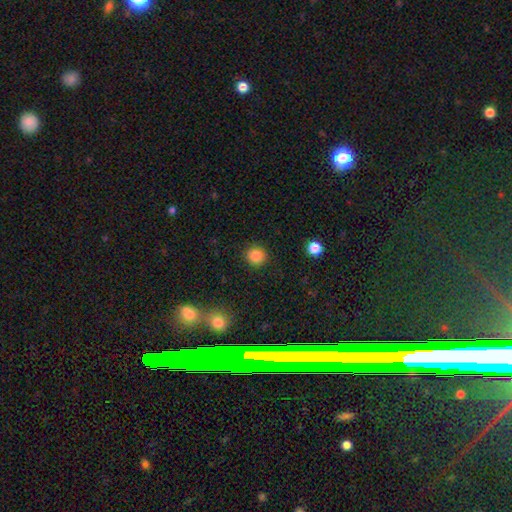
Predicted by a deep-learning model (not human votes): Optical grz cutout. It shows a smooth galaxy with no disk features (85%) that is round (93%). Merging: none (91%).